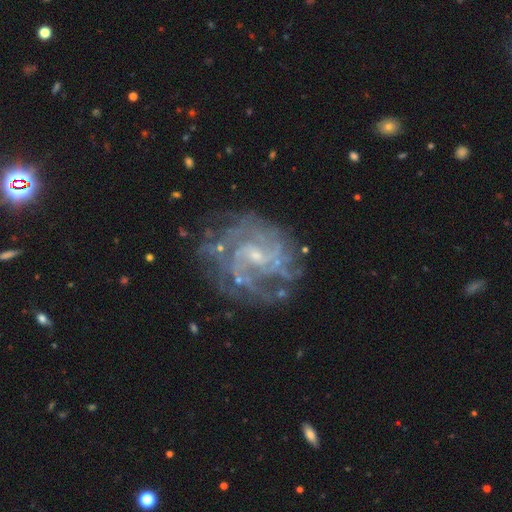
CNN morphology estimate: This appears to be a featured or disk galaxy (87%) with a weak bar (46%), tight (54%) spiral arms (94%) and a small central bulge (71%). Merging: none (71%).